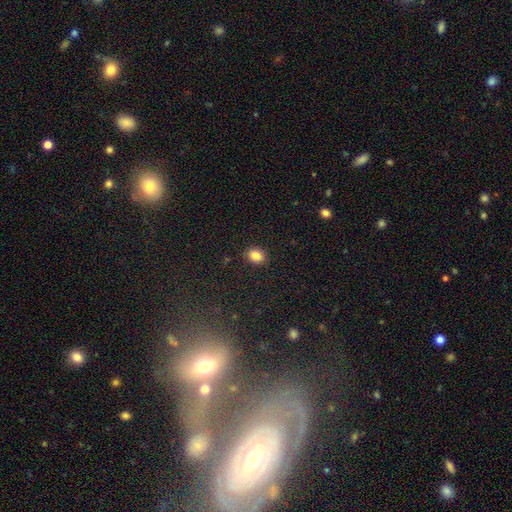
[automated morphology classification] smooth_or_featured: smooth (p=0.85) [alt: star or artifact p=0.09]
how_rounded: in between (p=0.63) [alt: round p=0.36]
merging: none (p=0.87) [alt: minor disturbance p=0.09]